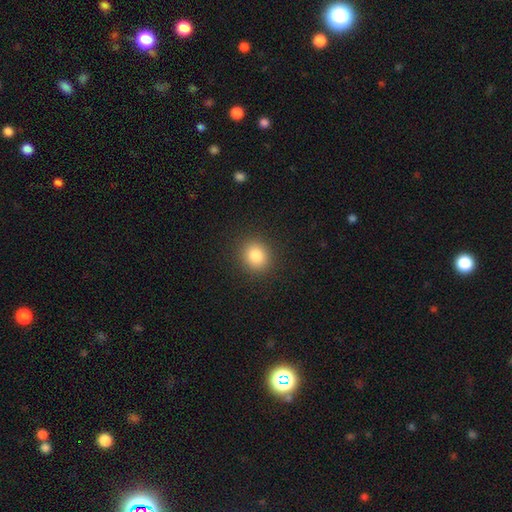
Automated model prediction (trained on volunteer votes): A smooth galaxy with no disk features (83%) that is round (81%). Merging: none (90%).